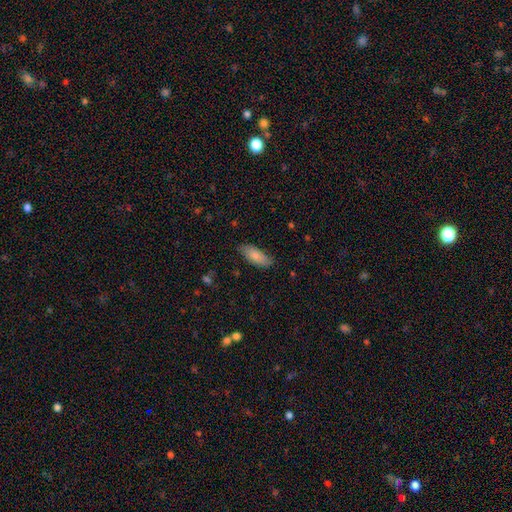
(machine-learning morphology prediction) Smooth or featured: smooth — 81% (featured or disk — 13%)
How rounded: in between — 82% (cigar-shaped — 17%)
Merging: none — 80% (minor disturbance — 16%)